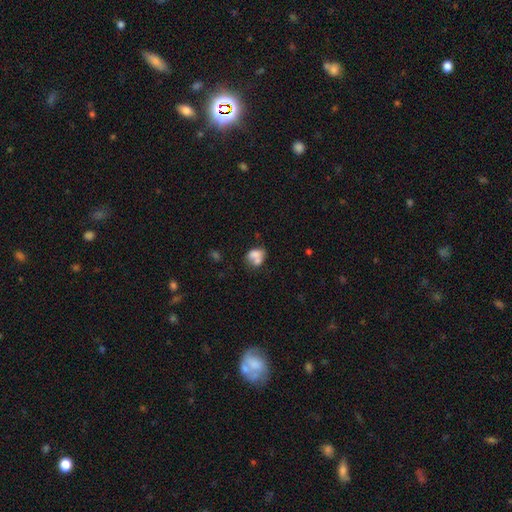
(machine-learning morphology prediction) Q: Smooth or featured?
A: smooth (67%); runner-up: featured or disk (24%)
Q: How rounded?
A: in between (60%); runner-up: round (38%)
Q: Merging?
A: merger (49%); runner-up: none (28%)